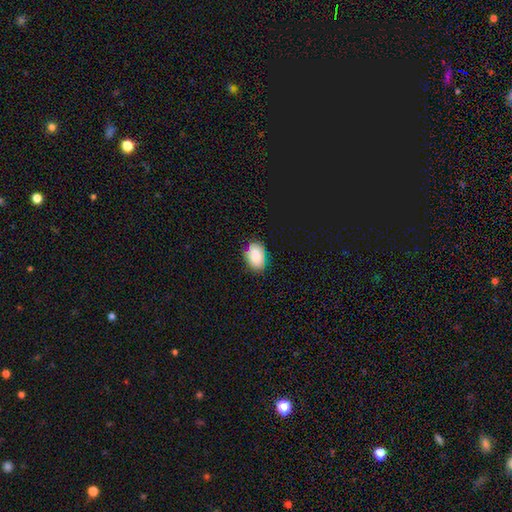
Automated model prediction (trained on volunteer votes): The model was most divided on "how rounded": in between: 80%, round: 19%, cigar-shaped: 1%. More confident: smooth or featured — smooth (82%); merging — none (81%).